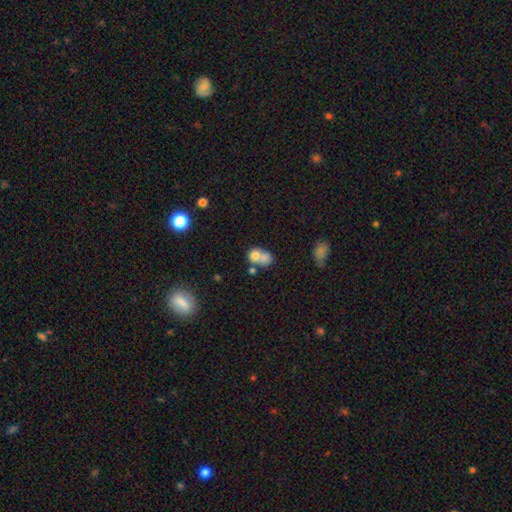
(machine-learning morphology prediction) Smooth or featured?
  - smooth: 71% *
  - featured or disk: 18%
  - star or artifact: 11%
How rounded?
  - round: 55% *
  - in between: 44%
  - cigar-shaped: 1%
Merging?
  - merger: 60% *
  - none: 24%
  - minor disturbance: 9%
  - major disturbance: 6%